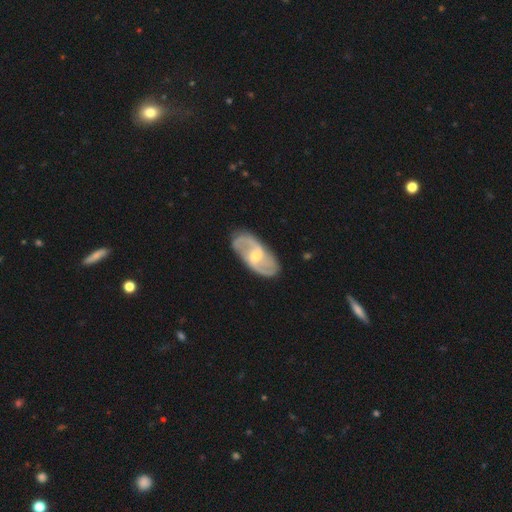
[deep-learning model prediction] smooth_or_featured: featured or disk (p=0.84) [alt: smooth p=0.12]
disk_edge_on: no (p=0.95) [alt: yes p=0.05]
bar: weak (p=0.53) [alt: no p=0.28]
has_spiral_arms: yes (p=0.94) [alt: no p=0.06]
spiral_winding: medium (p=0.47) [alt: loose p=0.34]
spiral_arm_count: 2 (p=0.78) [alt: can't tell p=0.09]
bulge_size: moderate (p=0.53) [alt: small p=0.42]
merging: none (p=0.82) [alt: minor disturbance p=0.13]